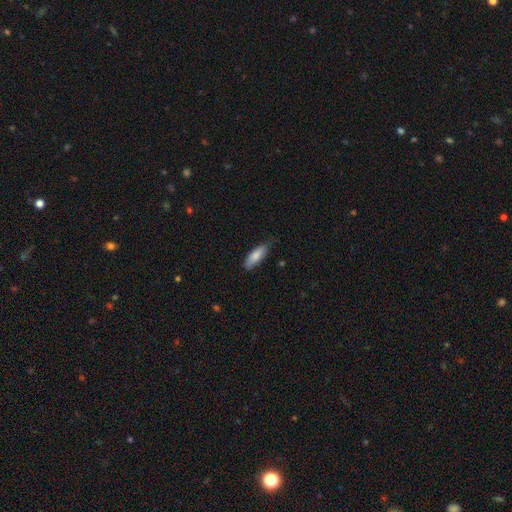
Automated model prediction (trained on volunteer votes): Q: Smooth or featured?
A: smooth (82%); runner-up: featured or disk (12%)
Q: How rounded?
A: in between (60%); runner-up: cigar-shaped (38%)
Q: Merging?
A: none (73%); runner-up: minor disturbance (23%)